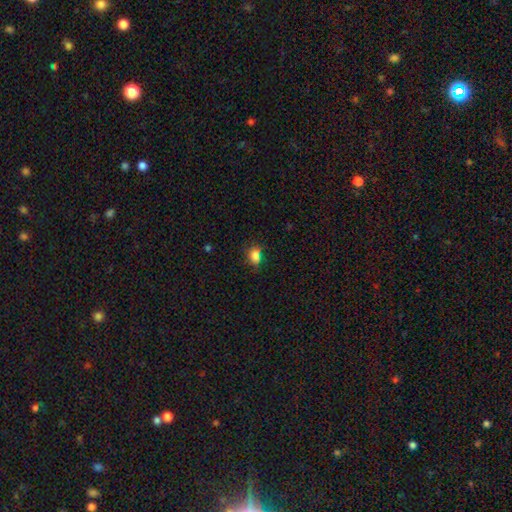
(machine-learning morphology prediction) type=smooth (78%); roundness=in between (63%); merging=none (67%).